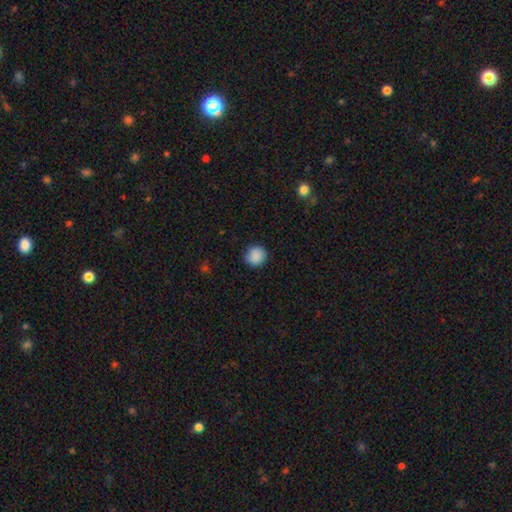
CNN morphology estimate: Smooth or featured? smooth (89%)
How rounded? round (91%)
Merging? none (88%)